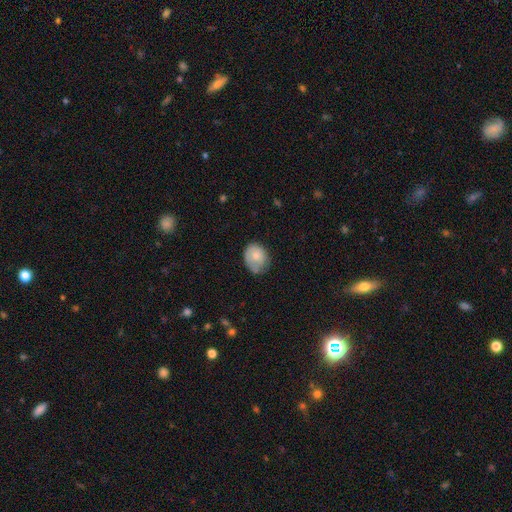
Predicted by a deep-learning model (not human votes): A smooth galaxy with no disk features (75%) that is round (53%). Merging: none (56%).